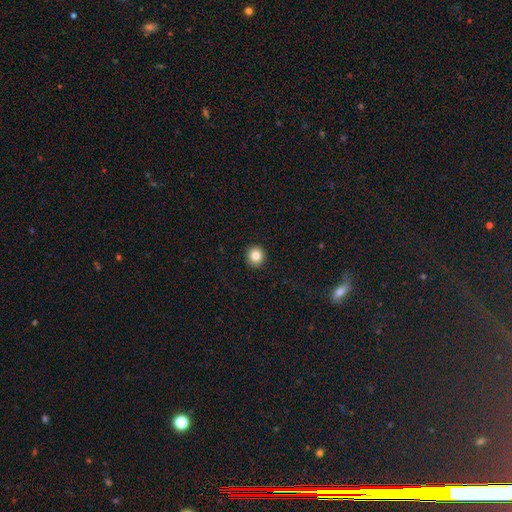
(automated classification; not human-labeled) A smooth galaxy with no disk features (84%) that is round (92%).

Vote fractions:
- Smooth or featured? smooth: 84% / star or artifact: 10% / featured or disk: 6%
- How rounded? round: 92% / in between: 7% / cigar-shaped: 1%
- Merging? none: 93% / minor disturbance: 4% / major disturbance: 1% / merger: 1%